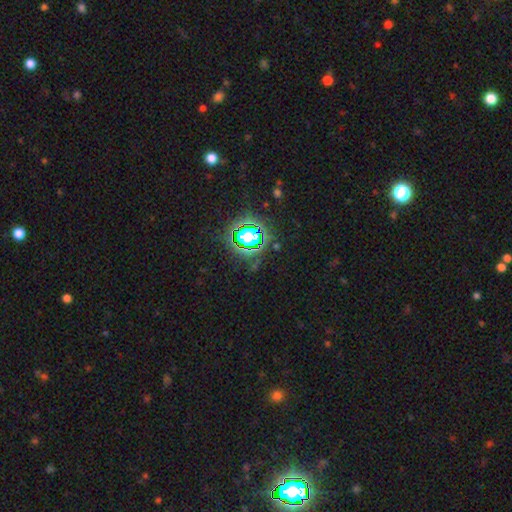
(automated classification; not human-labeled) smooth_or_featured: star or artifact (p=0.79) [alt: smooth p=0.14]